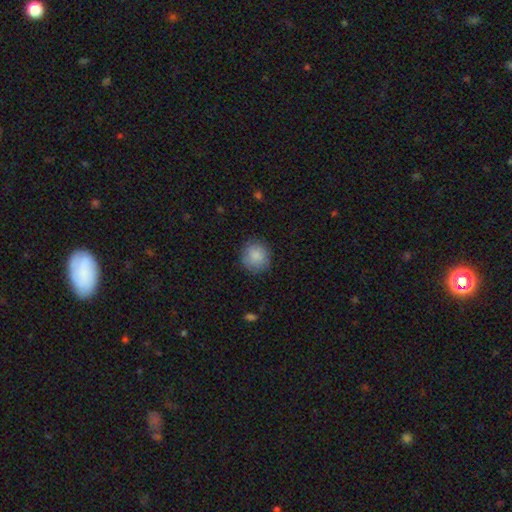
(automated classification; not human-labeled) smooth-or-featured: smooth: 87% | star or artifact: 7% | featured or disk: 5%
  how-rounded: round: 91% | in between: 8% | cigar-shaped: 1%
  merging: none: 86% | minor disturbance: 10% | major disturbance: 3% | merger: 1%